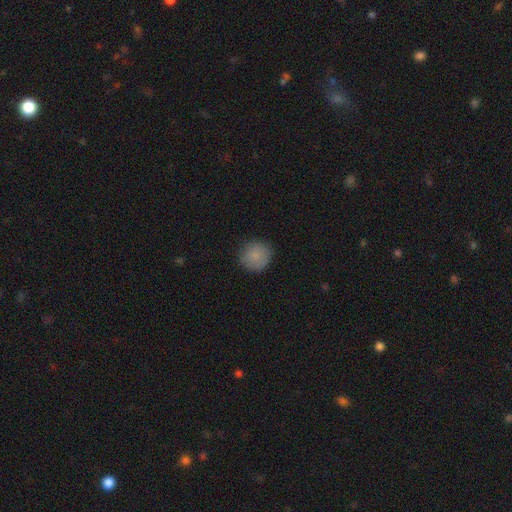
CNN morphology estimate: Overall: smooth (85%). How rounded: round (92%). Merging: none (86%).